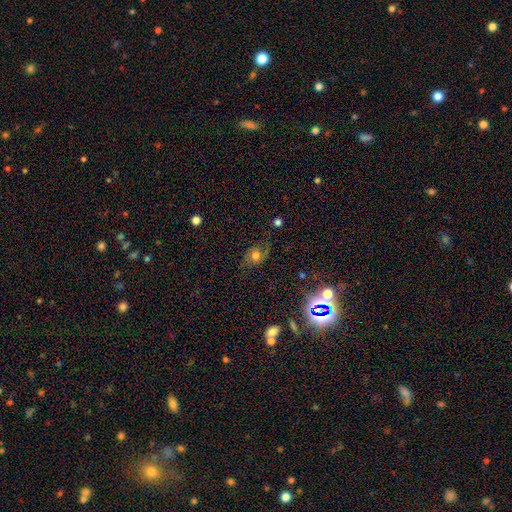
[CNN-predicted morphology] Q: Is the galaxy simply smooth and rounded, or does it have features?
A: smooth — 51%.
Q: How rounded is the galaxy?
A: in between — 53%.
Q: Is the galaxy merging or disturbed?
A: none — 62%.